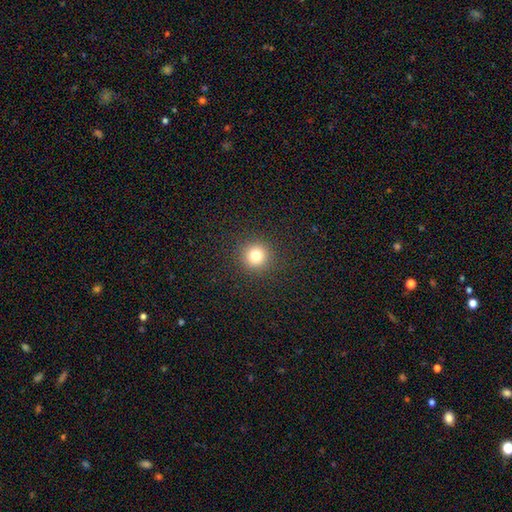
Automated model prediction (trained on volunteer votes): Overall: smooth (79%). How rounded: round (95%). Merging: none (92%).